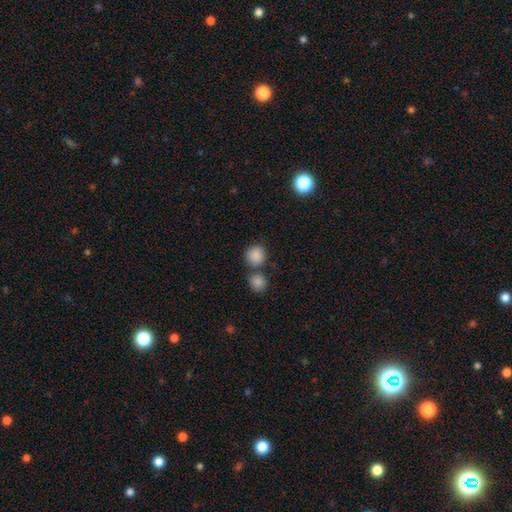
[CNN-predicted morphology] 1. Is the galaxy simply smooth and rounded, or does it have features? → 87% smooth, 9% star or artifact, 4% featured or disk.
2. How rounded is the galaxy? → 88% round, 11% in between, 1% cigar-shaped.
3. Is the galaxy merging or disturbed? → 59% none, 28% merger, 9% minor disturbance, 3% major disturbance.